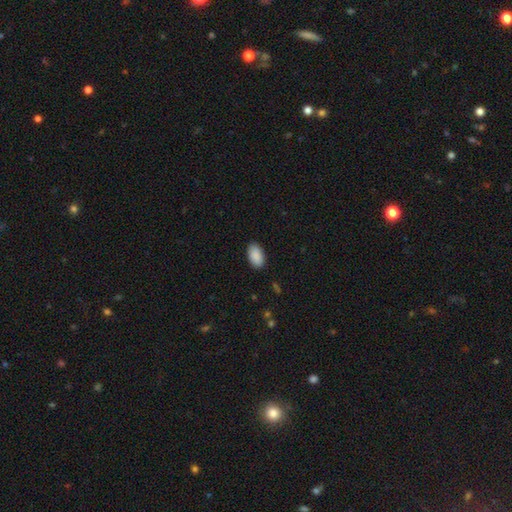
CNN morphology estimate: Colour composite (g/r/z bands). It shows a smooth galaxy with no disk features (91%) that is in between round and cigar-shaped (95%). Merging: none (89%).